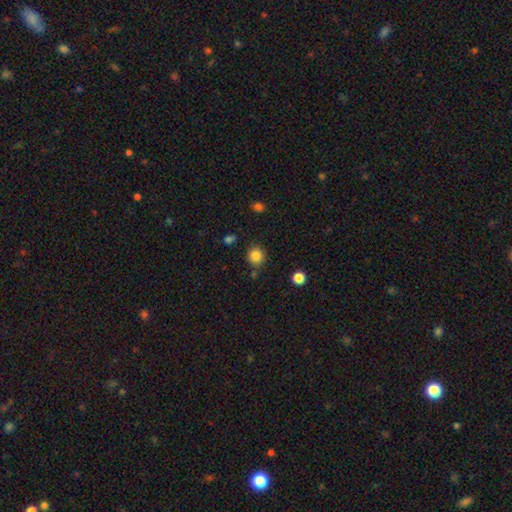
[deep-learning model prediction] This is clearly a smooth galaxy (85%). How rounded: clearly round (89%). Merging: clearly none (82%).